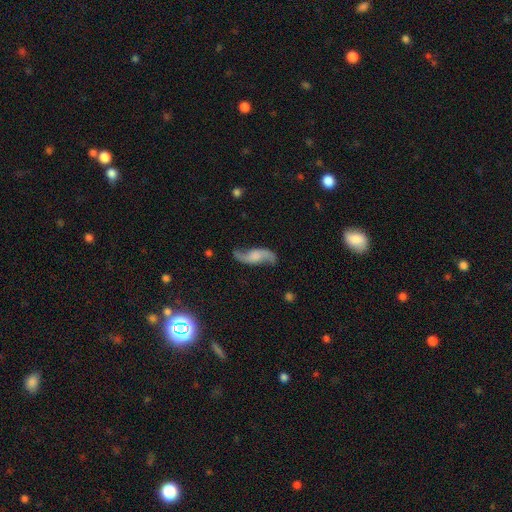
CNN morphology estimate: Smooth or featured? Predicted: featured or disk (p=0.82). Edge-on disk? Predicted: no (p=0.92). Bar? Predicted: no (p=0.58). Spiral arms? Predicted: yes (p=0.95). Spiral winding? Predicted: loose (p=0.87). Spiral arm count? Predicted: 2 (p=0.93). Bulge size? Predicted: none (p=0.46). Merging? Predicted: none (p=0.74).